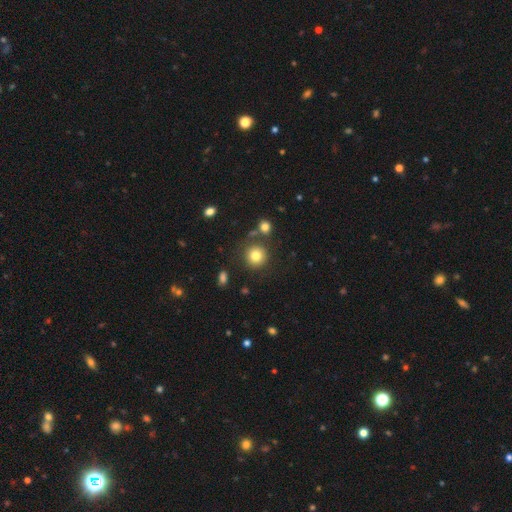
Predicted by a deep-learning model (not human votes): Smooth or featured? Predicted: smooth (p=0.81). How rounded? Predicted: round (p=0.91). Merging? Predicted: none (p=0.79).